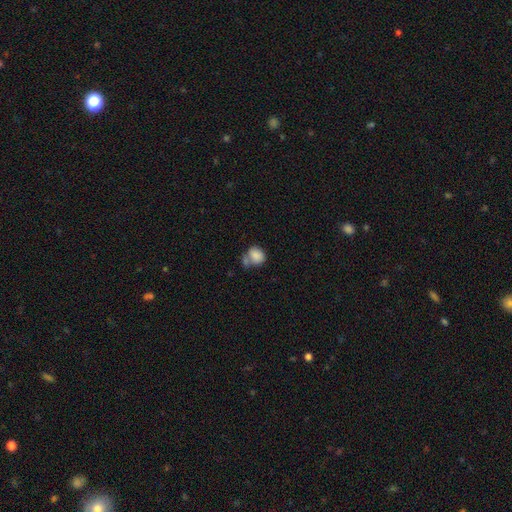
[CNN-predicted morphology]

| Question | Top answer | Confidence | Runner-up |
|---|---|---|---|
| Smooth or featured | smooth | 84% | star or artifact (8%) |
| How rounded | round | 54% | in between (45%) |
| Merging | merger | 38% | none (37%) |